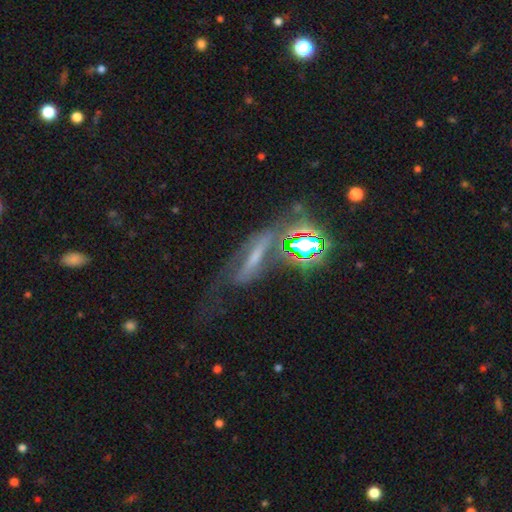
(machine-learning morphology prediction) Smooth or featured? Predicted: featured or disk (p=0.50). Edge-on disk? Predicted: no (p=0.62). Merging? Predicted: none (p=0.39).